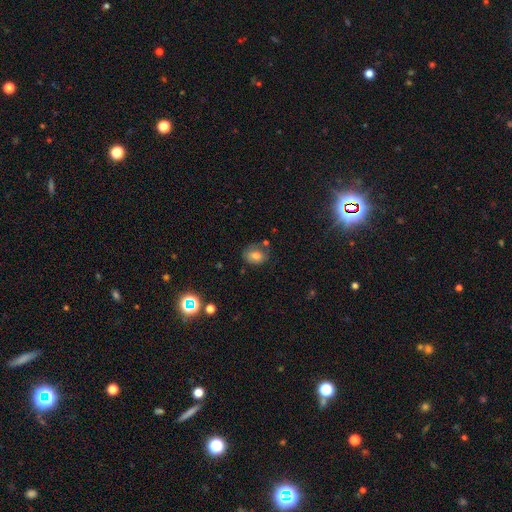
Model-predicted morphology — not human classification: smooth-or-featured: smooth: 71% | featured or disk: 18% | star or artifact: 12%
  how-rounded: in between: 57% | round: 41% | cigar-shaped: 1%
  merging: none: 62% | minor disturbance: 22% | merger: 8% | major disturbance: 8%